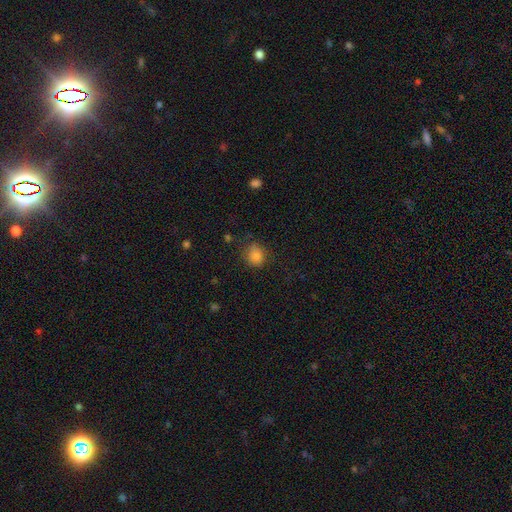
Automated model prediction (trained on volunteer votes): A smooth galaxy with no disk features (83%) that is round (70%). Merging: none (71%).